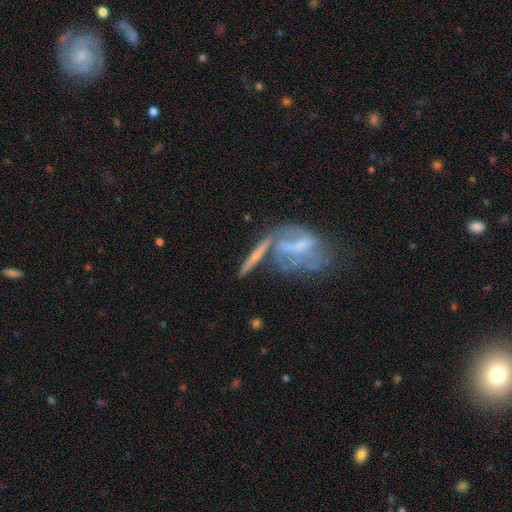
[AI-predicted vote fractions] smooth-or-featured: featured or disk: 55% | smooth: 36% | star or artifact: 9%
  disk-edge-on: yes: 65% | no: 35%
  merging: none: 51% | merger: 28% | minor disturbance: 13% | major disturbance: 8%